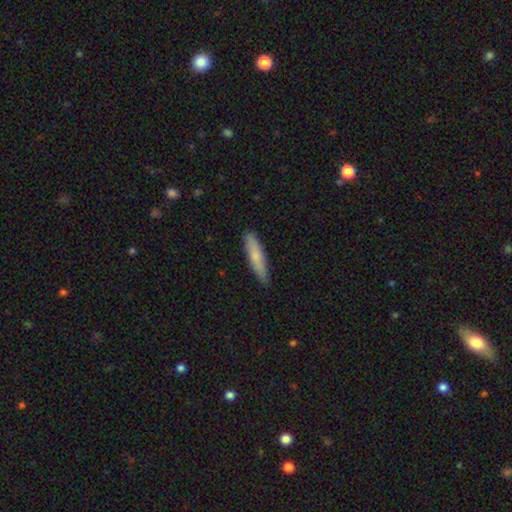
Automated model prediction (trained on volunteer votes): smooth-or-featured: smooth: 73% | featured or disk: 21% | star or artifact: 5%
  how-rounded: cigar-shaped: 86% | in between: 12% | round: 2%
  merging: none: 87% | minor disturbance: 10% | major disturbance: 2% | merger: 1%